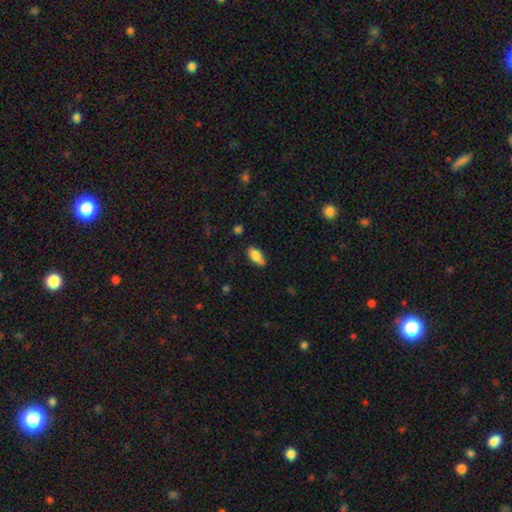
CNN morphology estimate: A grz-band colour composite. It shows a smooth galaxy with no disk features (81%) that is in between round and cigar-shaped (86%). Merging: none (67%).